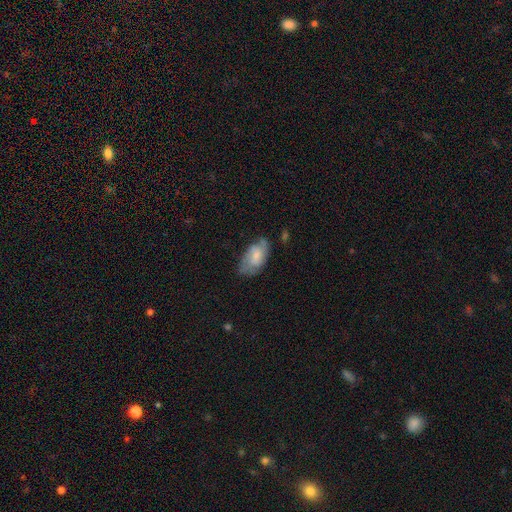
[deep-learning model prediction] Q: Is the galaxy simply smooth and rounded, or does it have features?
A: smooth — 51%.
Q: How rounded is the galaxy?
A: in between — 92%.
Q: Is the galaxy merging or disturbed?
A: none — 49%.